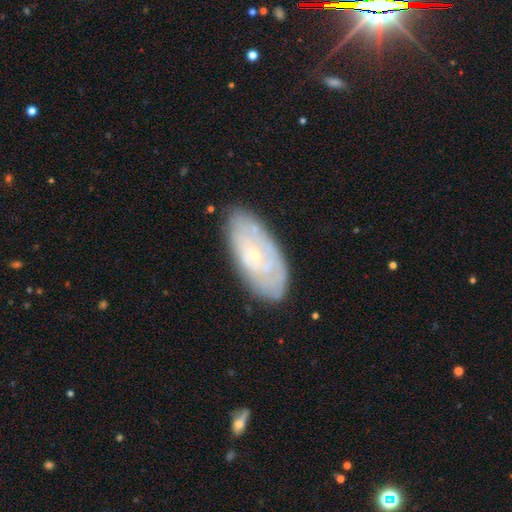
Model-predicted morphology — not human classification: type=featured or disk (61%); edge-on=no (90%); bar=no (80%); spiral arms=yes (57%); bulge=small (81%); merging=none (78%).